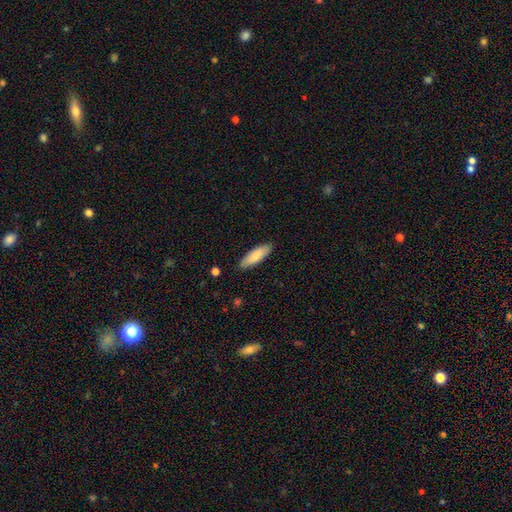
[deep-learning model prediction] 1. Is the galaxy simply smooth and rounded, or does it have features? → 81% smooth, 13% featured or disk, 5% star or artifact.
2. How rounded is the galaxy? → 54% in between, 44% cigar-shaped, 1% round.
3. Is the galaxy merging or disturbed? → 88% none, 9% minor disturbance, 2% major disturbance, 1% merger.